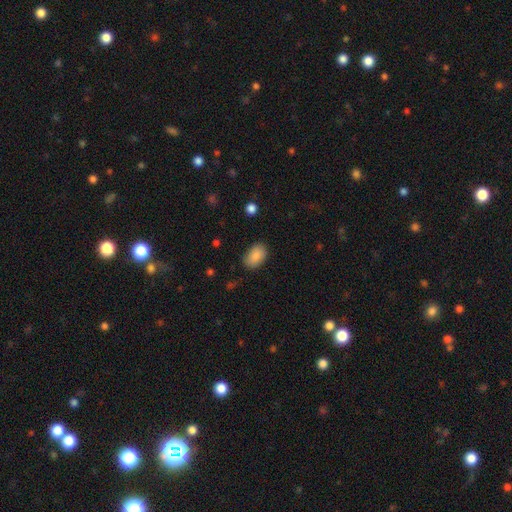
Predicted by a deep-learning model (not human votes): Q: Smooth or featured?
A: smooth (87%); runner-up: star or artifact (7%)
Q: How rounded?
A: in between (88%); runner-up: round (11%)
Q: Merging?
A: none (82%); runner-up: minor disturbance (14%)